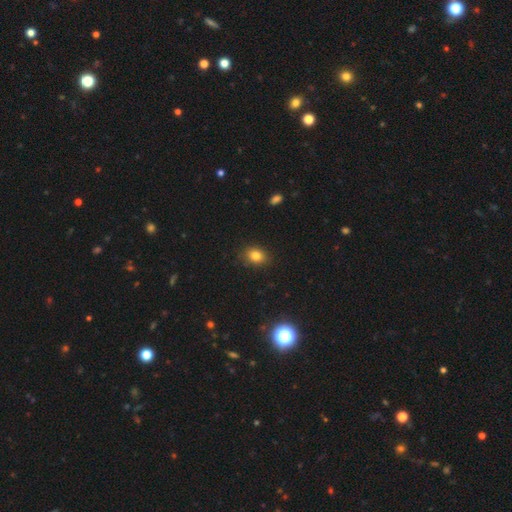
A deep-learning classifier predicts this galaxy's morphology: Smooth or featured? smooth (81%)
How rounded? in between (57%)
Merging? none (85%)